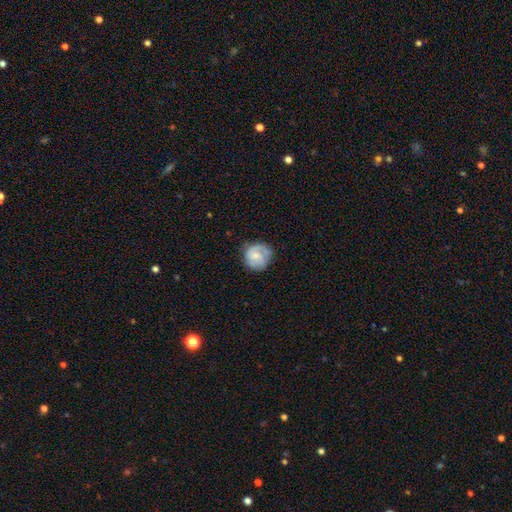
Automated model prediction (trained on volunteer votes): Smooth or featured?
  - featured or disk: 64% *
  - smooth: 30%
  - star or artifact: 6%
Edge-on disk?
  - no: 98% *
  - yes: 2%
Bar?
  - no: 60% *
  - weak: 34%
  - strong: 5%
Spiral arms?
  - yes: 90% *
  - no: 10%
Spiral winding?
  - tight: 49% *
  - medium: 38%
  - loose: 13%
Spiral arm count?
  - 2: 53% *
  - can't tell: 17%
  - 1: 14%
  - 3: 11%
  - 4: 2%
  - more than 4: 2%
Bulge size?
  - small: 52% *
  - moderate: 35%
  - none: 9%
  - large: 3%
  - dominant: 1%
Merging?
  - none: 71% *
  - minor disturbance: 20%
  - major disturbance: 8%
  - merger: 2%